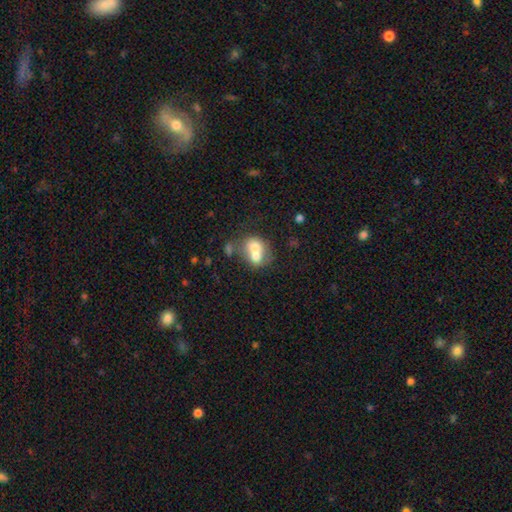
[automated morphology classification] type=smooth (66%); roundness=in between (53%); merging=merger (67%).